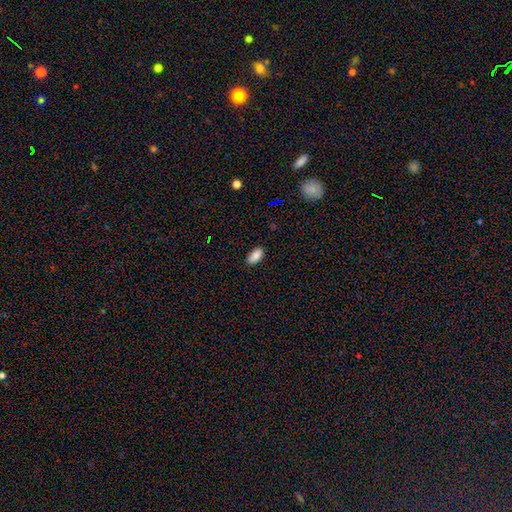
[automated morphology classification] smooth 87%, star or artifact 8%, featured or disk 5%. Down the decision tree: how rounded — in between (89%); merging — none (86%).